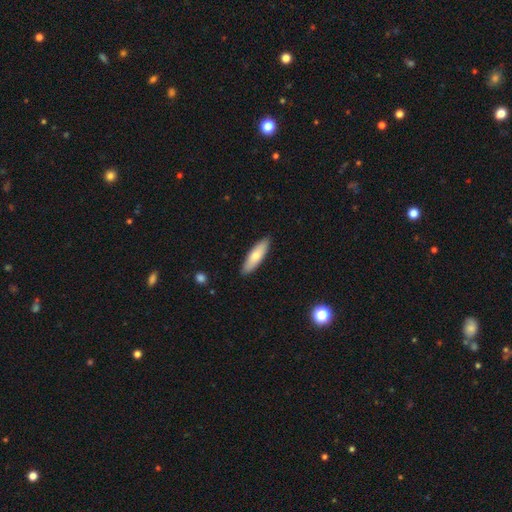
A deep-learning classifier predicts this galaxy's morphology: This appears to be a smooth galaxy with no disk features (70%) that is cigar-shaped (57%). Merging: none (89%).